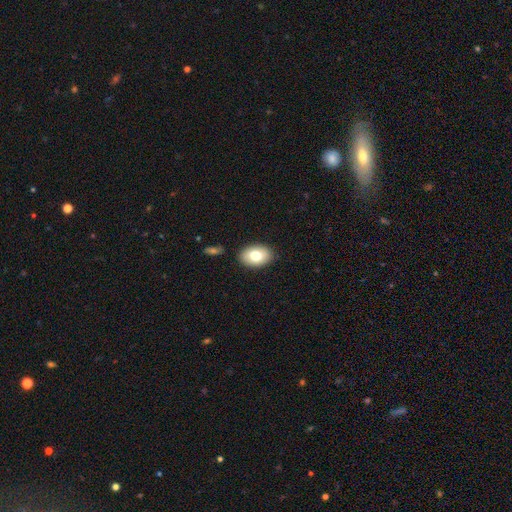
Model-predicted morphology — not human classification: smooth 77%, featured or disk 15%, star or artifact 7%. Down the decision tree: how rounded — in between (87%); merging — none (87%).